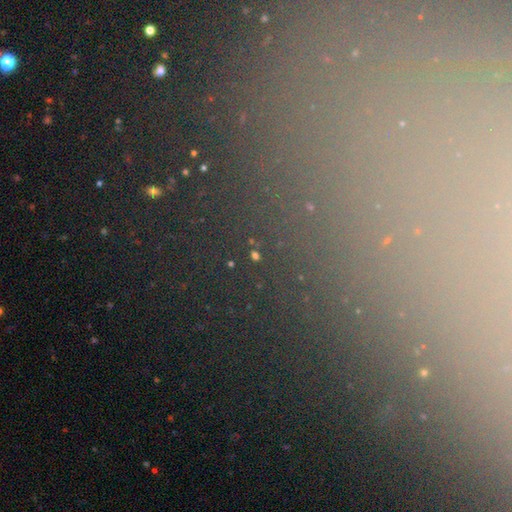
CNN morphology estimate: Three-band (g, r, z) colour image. It shows a star or artifact, not a galaxy (73%).